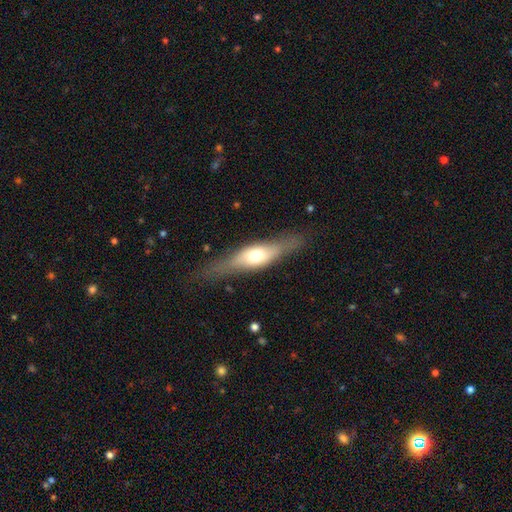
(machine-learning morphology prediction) A featured or disk galaxy (52%) viewed edge-on (77%).

Vote fractions:
- Smooth or featured? featured or disk: 52% / smooth: 42% / star or artifact: 6%
- Edge-on disk? yes: 77% / no: 23%
- Merging? none: 75% / minor disturbance: 17% / major disturbance: 7% / merger: 1%